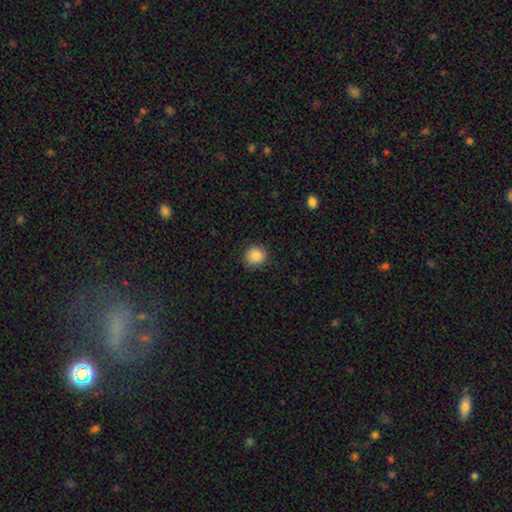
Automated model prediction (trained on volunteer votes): This appears to be a smooth galaxy with no disk features (87%) that is round (84%). Merging: none (85%).